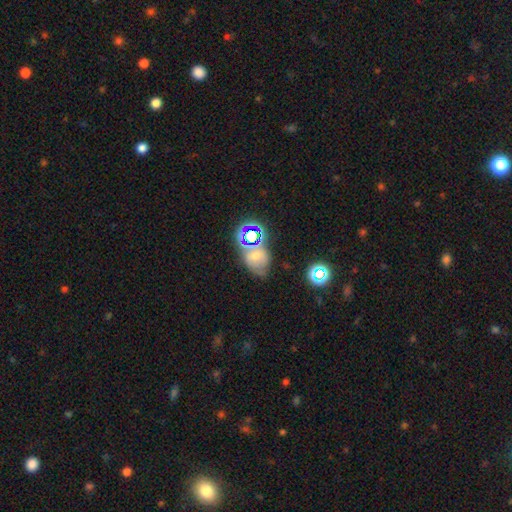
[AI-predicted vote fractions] Morphology: type=star or artifact (35%).